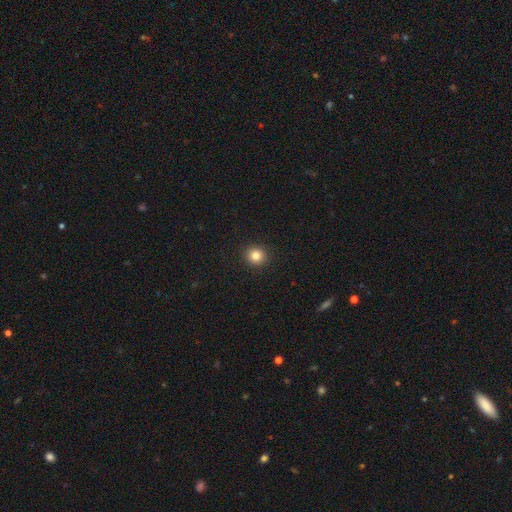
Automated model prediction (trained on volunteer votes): A smooth galaxy with no disk features (83%) that is round (91%).

Vote fractions:
- Smooth or featured? smooth: 83% / star or artifact: 11% / featured or disk: 5%
- How rounded? round: 91% / in between: 8% / cigar-shaped: 1%
- Merging? none: 92% / minor disturbance: 5% / major disturbance: 2% / merger: 1%